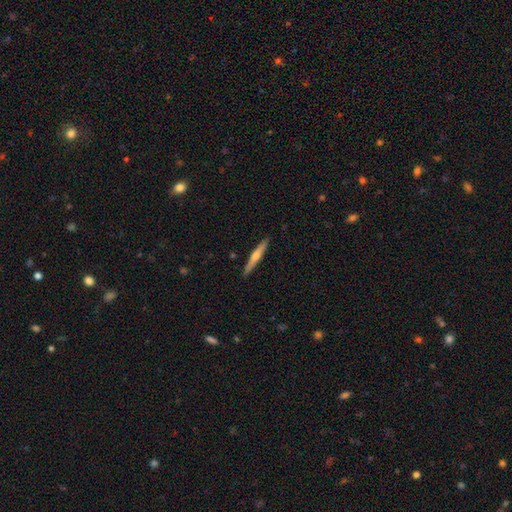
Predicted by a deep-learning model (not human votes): This appears to be a featured or disk galaxy (65%) viewed edge-on (98%) with a rounded central bulge (85%). Merging: none (92%).